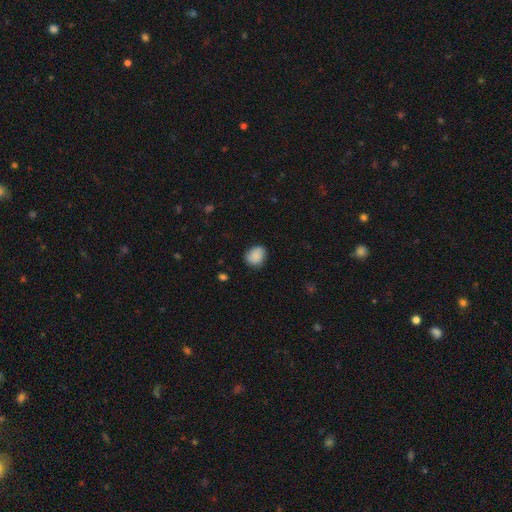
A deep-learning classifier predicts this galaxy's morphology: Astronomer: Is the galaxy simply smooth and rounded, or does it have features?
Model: smooth — 87%.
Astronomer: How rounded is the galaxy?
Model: round — 59% (runner-up: in between, 40%).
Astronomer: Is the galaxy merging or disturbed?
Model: none — 78%.